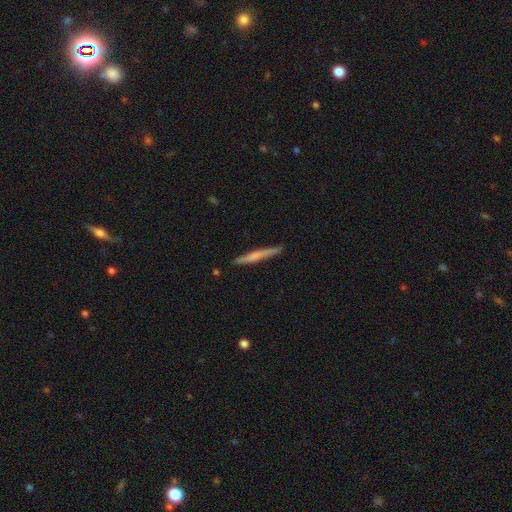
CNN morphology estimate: A smooth galaxy with no disk features (54%) that is cigar-shaped (96%).

Vote fractions:
- Smooth or featured? smooth: 54% / featured or disk: 41% / star or artifact: 5%
- How rounded? cigar-shaped: 96% / in between: 2% / round: 1%
- Merging? none: 90% / minor disturbance: 7% / major disturbance: 1% / merger: 1%